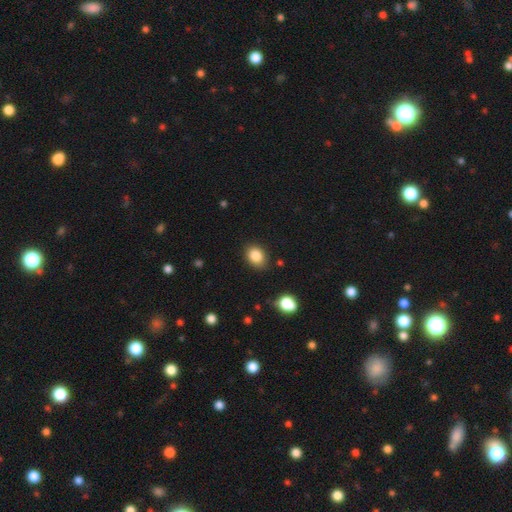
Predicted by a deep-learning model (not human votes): Smooth or featured? Predicted: smooth (p=0.85). How rounded? Predicted: in between (p=0.64). Merging? Predicted: none (p=0.81).